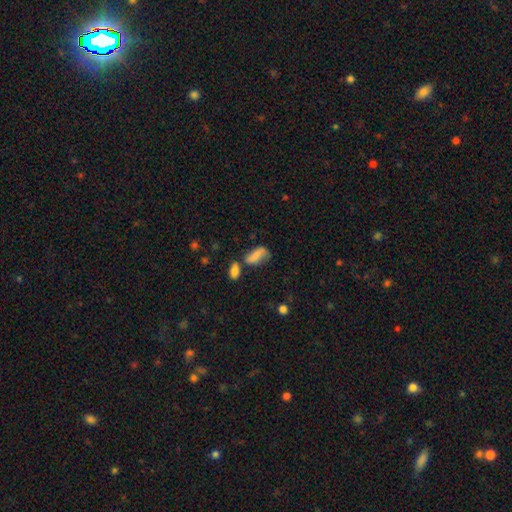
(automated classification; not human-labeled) Overall: smooth (72%). How rounded: in between (81%). Merging: none (40%; minor disturbance 24%).